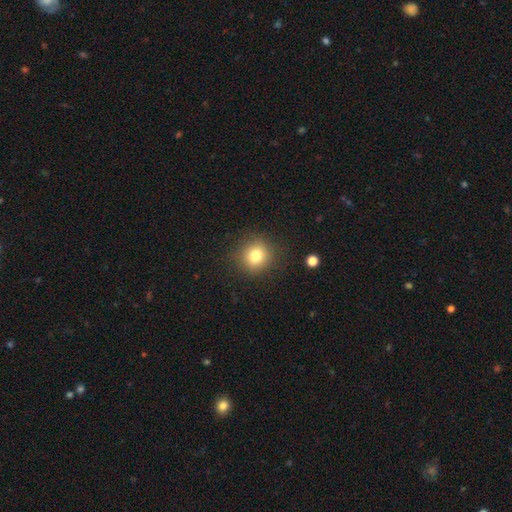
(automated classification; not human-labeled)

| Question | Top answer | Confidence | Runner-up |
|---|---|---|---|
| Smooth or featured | smooth | 79% | star or artifact (13%) |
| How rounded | round | 89% | in between (10%) |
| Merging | none | 88% | minor disturbance (8%) |